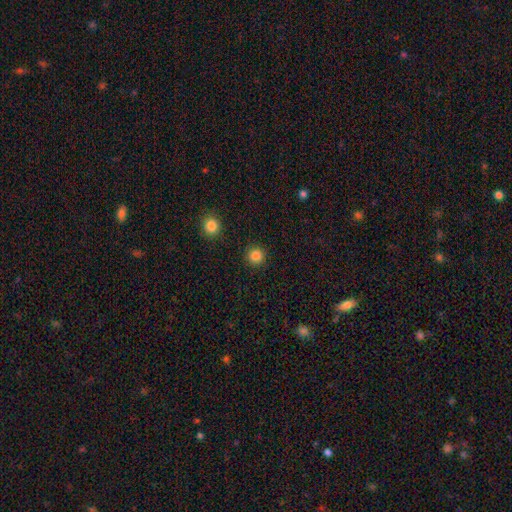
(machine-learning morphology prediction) Q: Smooth or featured?
A: smooth (86%); runner-up: star or artifact (11%)
Q: How rounded?
A: round (95%); runner-up: in between (4%)
Q: Merging?
A: none (91%); runner-up: minor disturbance (5%)